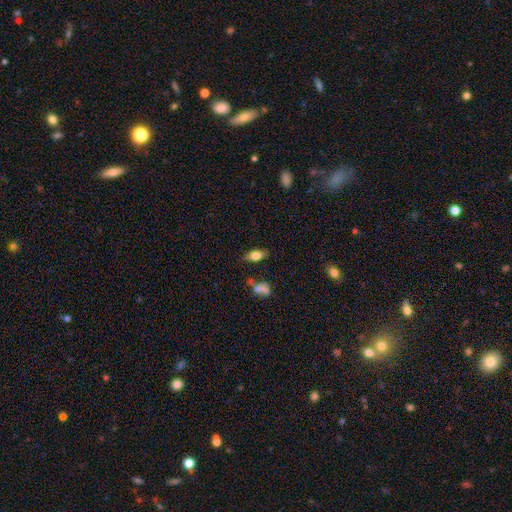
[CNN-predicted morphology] type=smooth (74%); roundness=in between (84%); merging=none (77%).